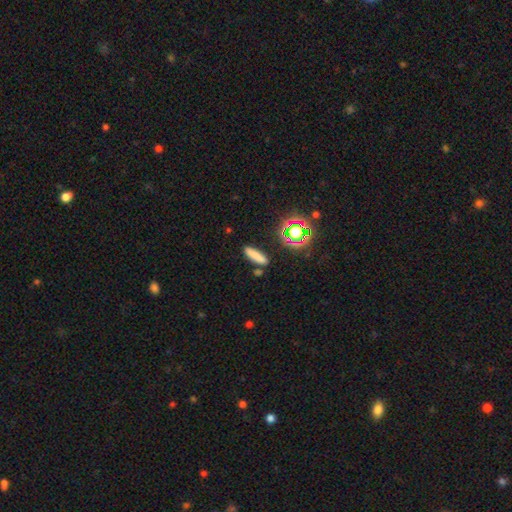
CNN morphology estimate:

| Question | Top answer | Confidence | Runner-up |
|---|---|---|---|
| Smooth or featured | smooth | 77% | star or artifact (15%) |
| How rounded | cigar-shaped | 75% | in between (21%) |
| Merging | none | 84% | minor disturbance (9%) |